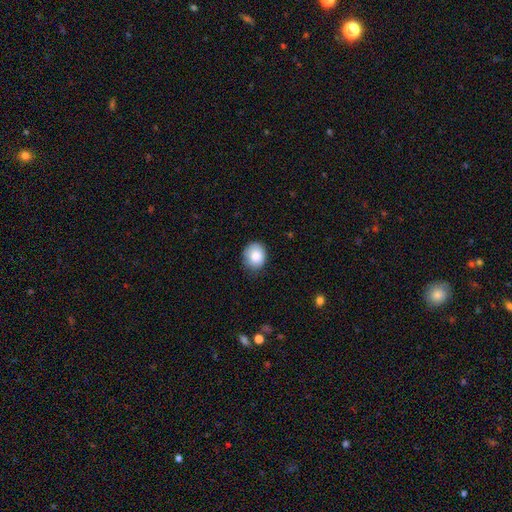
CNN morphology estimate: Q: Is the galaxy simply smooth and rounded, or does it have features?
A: smooth — 86%.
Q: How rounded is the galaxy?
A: round — 65%.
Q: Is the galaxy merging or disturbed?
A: none — 74%.